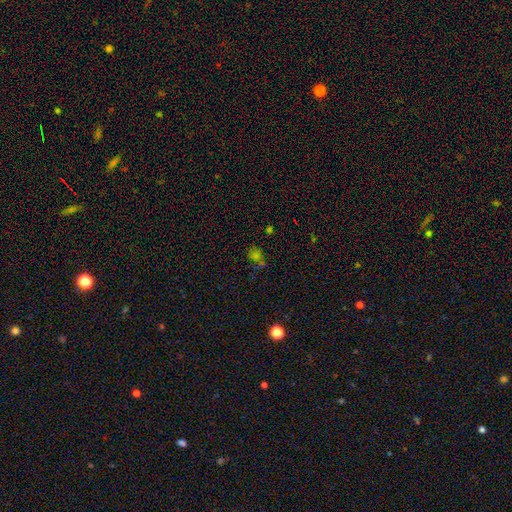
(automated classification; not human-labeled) Morphology: type=smooth (47%); merging=none (53%).